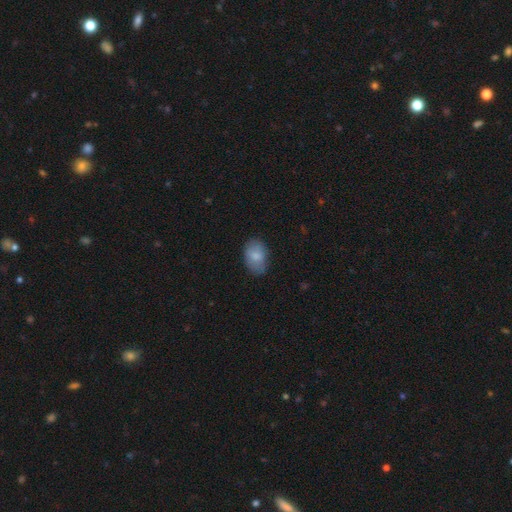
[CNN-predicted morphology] Smooth or featured: smooth — 81% (featured or disk — 13%)
How rounded: in between — 87% (round — 12%)
Merging: none — 76% (minor disturbance — 19%)